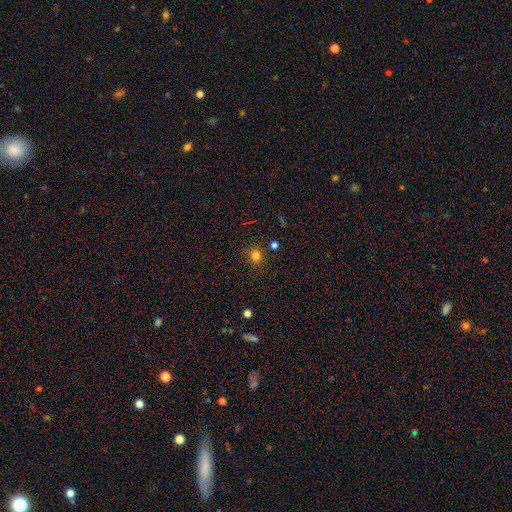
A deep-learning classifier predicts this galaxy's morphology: A smooth galaxy with no disk features (76%) that is round (77%). Merging: none (77%).